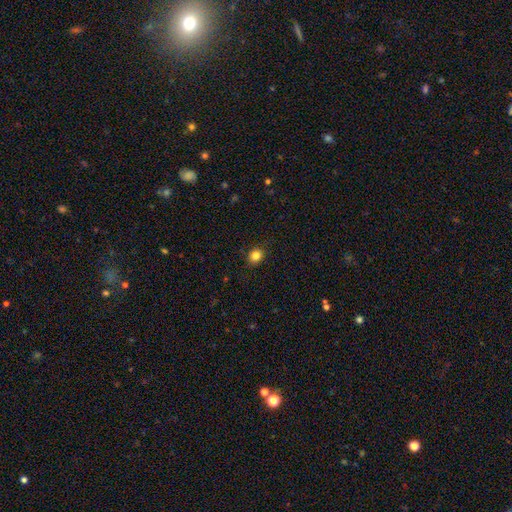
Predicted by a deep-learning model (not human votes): A smooth galaxy with no disk features (84%) that is round (68%).

Vote fractions:
- Smooth or featured? smooth: 84% / star or artifact: 11% / featured or disk: 5%
- How rounded? round: 68% / in between: 31% / cigar-shaped: 1%
- Merging? none: 89% / minor disturbance: 8% / major disturbance: 2% / merger: 1%